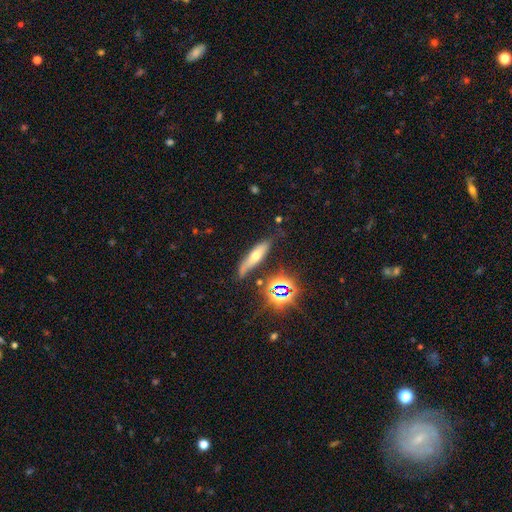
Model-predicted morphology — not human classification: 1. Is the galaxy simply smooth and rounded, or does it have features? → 46% smooth, 35% featured or disk, 19% star or artifact.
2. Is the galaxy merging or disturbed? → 68% none, 21% minor disturbance, 7% major disturbance, 5% merger.